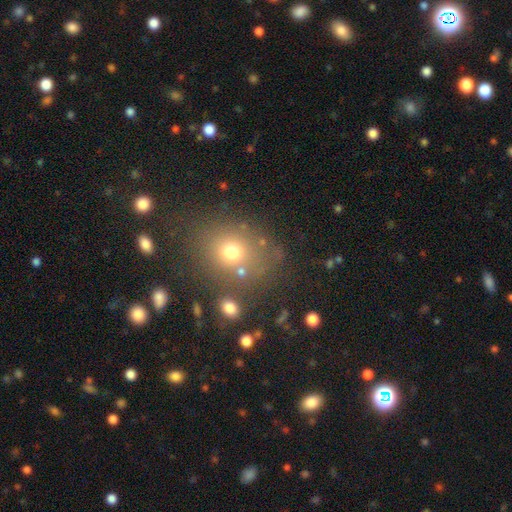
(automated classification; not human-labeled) Smooth or featured? Predicted: smooth (p=0.56). How rounded? Predicted: round (p=0.57). Merging? Predicted: none (p=0.79).